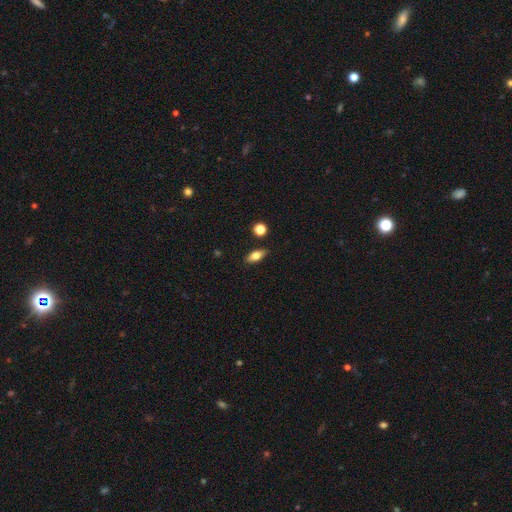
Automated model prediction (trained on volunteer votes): This is likely a smooth galaxy (73%). How rounded: clearly in between (81%). Merging: clearly none (85%).